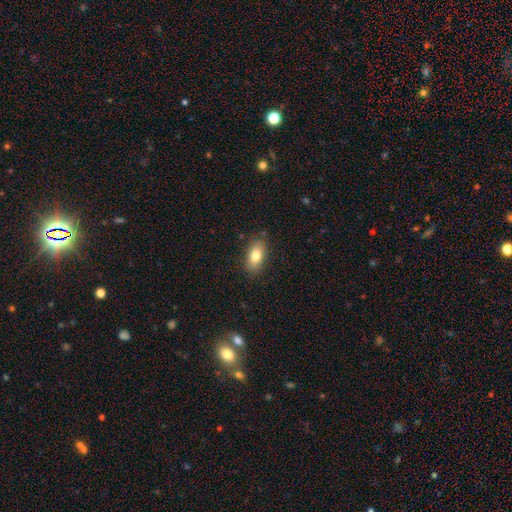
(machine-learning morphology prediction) type=smooth (78%); roundness=in between (87%); merging=none (85%).